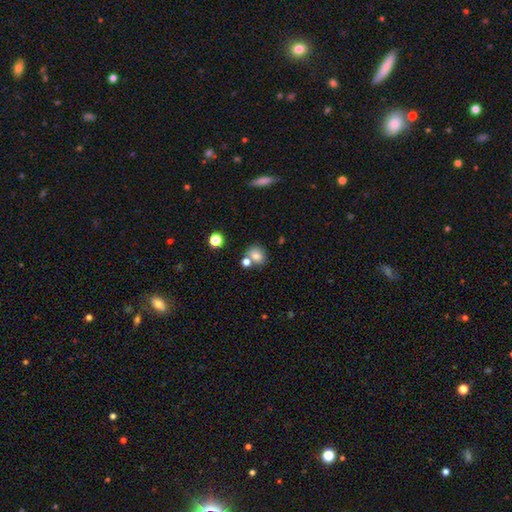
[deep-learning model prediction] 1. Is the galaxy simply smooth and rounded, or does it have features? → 79% smooth, 12% star or artifact, 9% featured or disk.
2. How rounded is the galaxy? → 56% round, 43% in between, 1% cigar-shaped.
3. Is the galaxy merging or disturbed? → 60% none, 24% merger, 12% minor disturbance, 4% major disturbance.